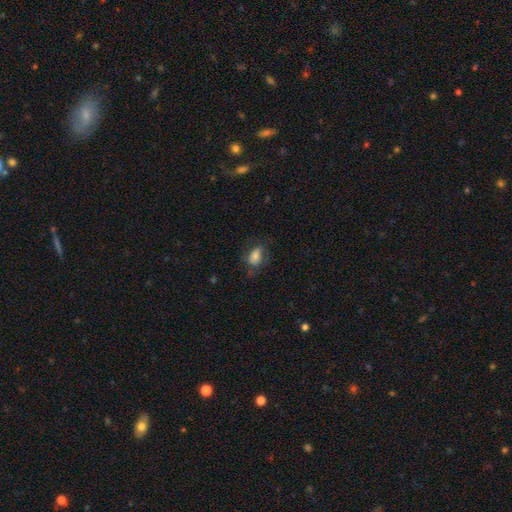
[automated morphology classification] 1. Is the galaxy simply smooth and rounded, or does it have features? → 70% smooth, 20% featured or disk, 9% star or artifact.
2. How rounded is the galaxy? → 83% in between, 14% round, 3% cigar-shaped.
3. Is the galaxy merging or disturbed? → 59% none, 23% minor disturbance, 16% major disturbance, 1% merger.